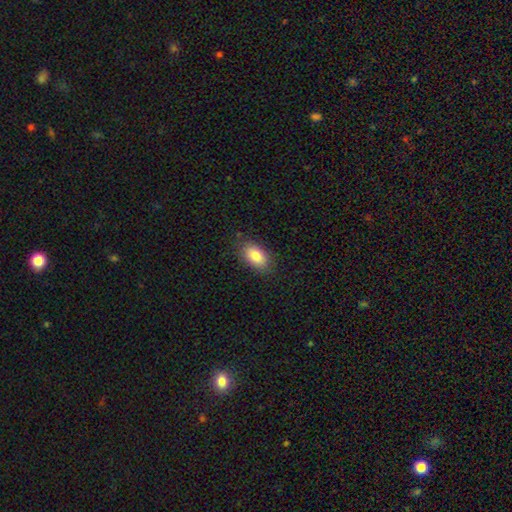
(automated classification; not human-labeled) Morphology: type=smooth (85%); roundness=in between (92%); merging=none (83%).